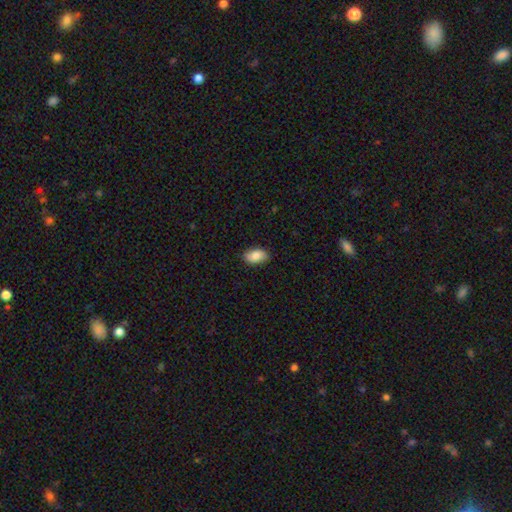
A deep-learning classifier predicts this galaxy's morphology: Smooth or featured?
  - smooth: 82% *
  - featured or disk: 11%
  - star or artifact: 7%
How rounded?
  - in between: 92% *
  - round: 7%
  - cigar-shaped: 2%
Merging?
  - none: 84% *
  - minor disturbance: 12%
  - major disturbance: 2%
  - merger: 1%